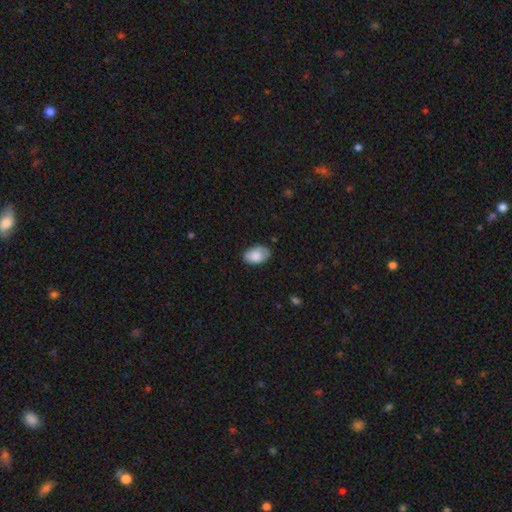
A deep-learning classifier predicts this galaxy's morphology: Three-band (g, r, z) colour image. It shows a smooth galaxy with no disk features (85%) that is in between round and cigar-shaped (91%). Merging: none (77%).